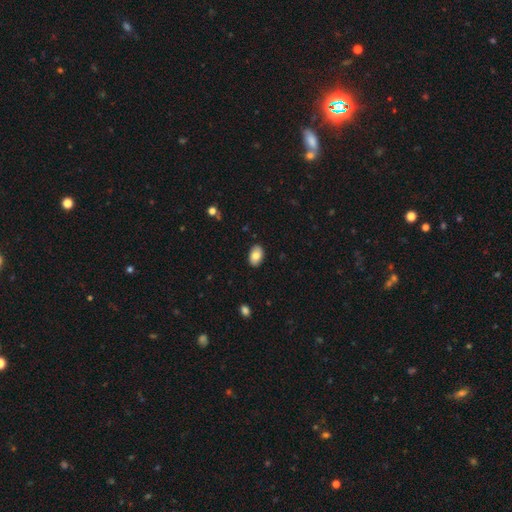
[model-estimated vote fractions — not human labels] This appears to be a smooth galaxy with no disk features (83%) that is in between round and cigar-shaped (92%). Merging: none (89%).